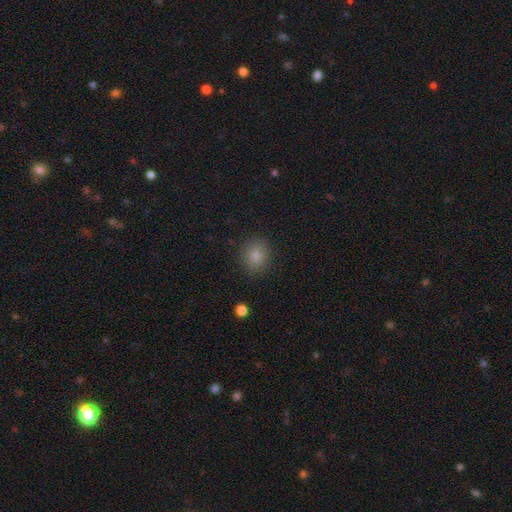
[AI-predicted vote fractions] Smooth or featured? Predicted: smooth (p=0.84). How rounded? Predicted: round (p=0.74). Merging? Predicted: none (p=0.87).